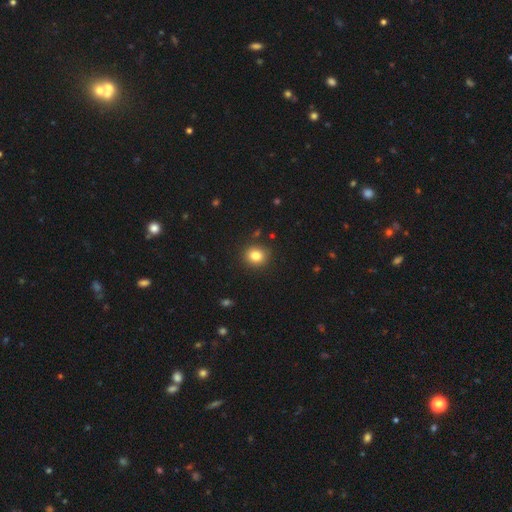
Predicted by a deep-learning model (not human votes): This is clearly a smooth galaxy (82%). How rounded: clearly round (82%). Merging: clearly none (89%).